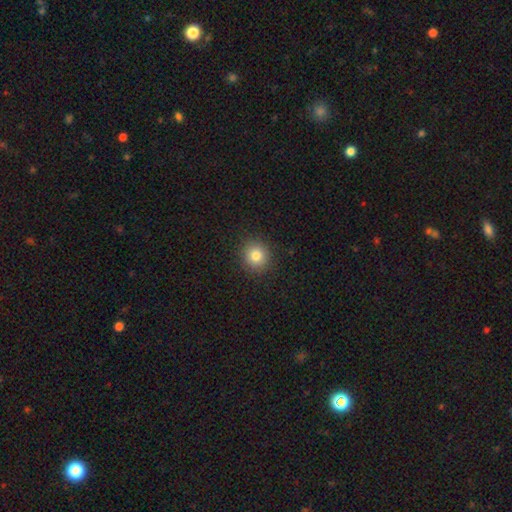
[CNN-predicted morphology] This is clearly a smooth galaxy (81%). How rounded: clearly round (91%). Merging: clearly none (91%).